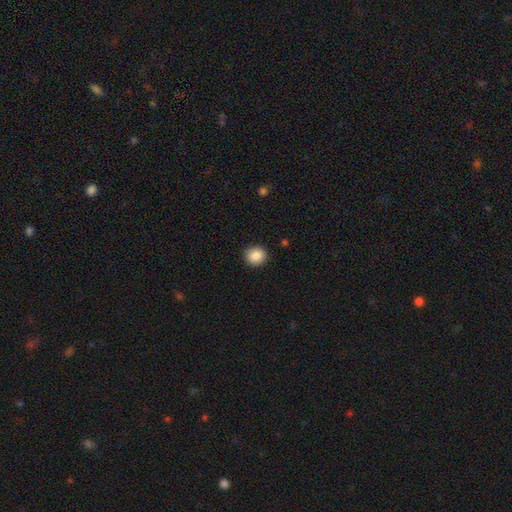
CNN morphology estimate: Overall: smooth (88%). How rounded: round (86%). Merging: none (91%).